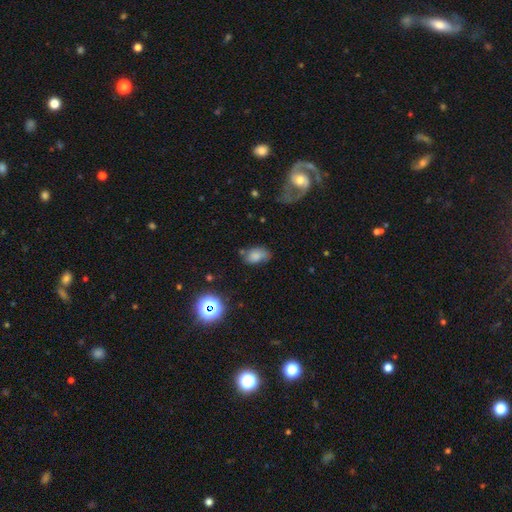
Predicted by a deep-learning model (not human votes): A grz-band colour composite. It shows a smooth galaxy with no disk features (75%) that is in between round and cigar-shaped (88%). Merging: none (56%).